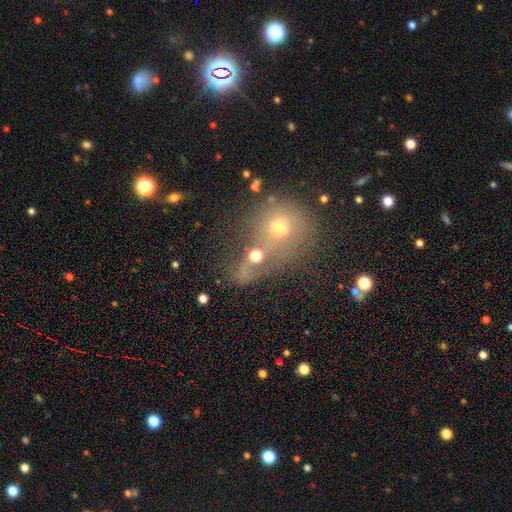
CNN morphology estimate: Smooth or featured?
  - smooth: 62% *
  - featured or disk: 20%
  - star or artifact: 18%
How rounded?
  - round: 74% *
  - in between: 24%
  - cigar-shaped: 2%
Merging?
  - merger: 54% *
  - none: 30%
  - minor disturbance: 8%
  - major disturbance: 8%